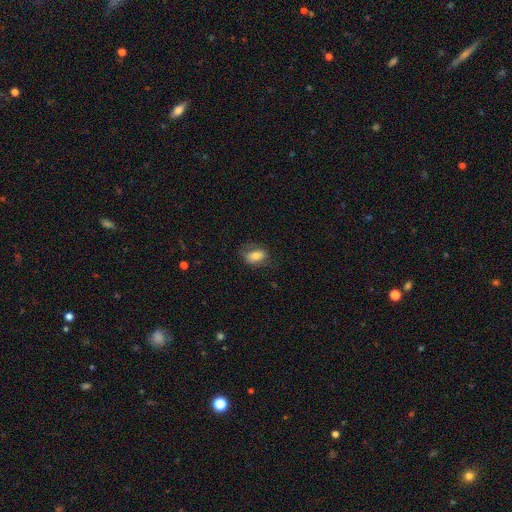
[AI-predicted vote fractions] smooth_or_featured: smooth (p=0.73) [alt: featured or disk p=0.19]
how_rounded: in between (p=0.86) [alt: round p=0.11]
merging: none (p=0.69) [alt: minor disturbance p=0.21]